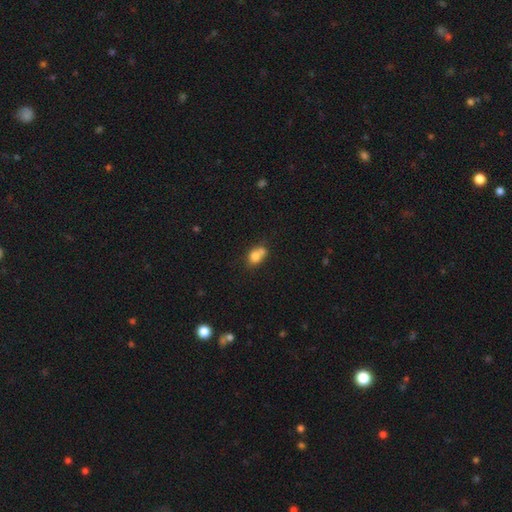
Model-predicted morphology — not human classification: Q: Smooth or featured?
A: smooth (75%); runner-up: featured or disk (15%)
Q: How rounded?
A: in between (58%); runner-up: round (40%)
Q: Merging?
A: merger (40%); runner-up: none (35%)